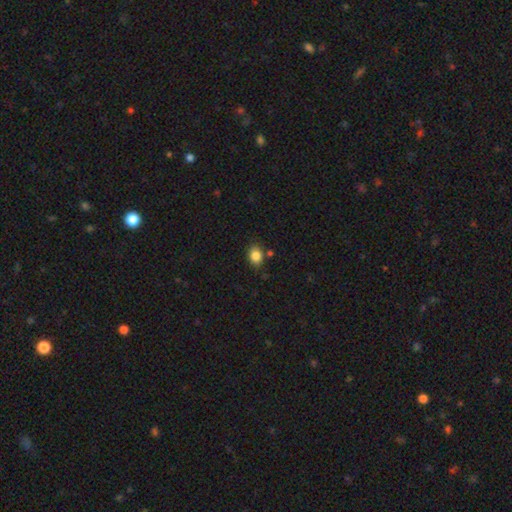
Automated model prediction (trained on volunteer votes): This is clearly a smooth galaxy (85%). How rounded: likely in between (61%). Merging: likely none (80%).